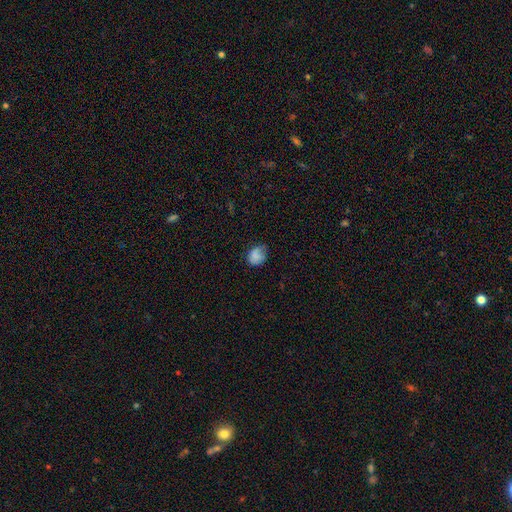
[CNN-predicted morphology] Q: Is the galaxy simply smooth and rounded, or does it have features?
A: smooth — 81%.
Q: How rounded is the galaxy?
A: round — 59%.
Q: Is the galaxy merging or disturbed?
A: none — 52%.